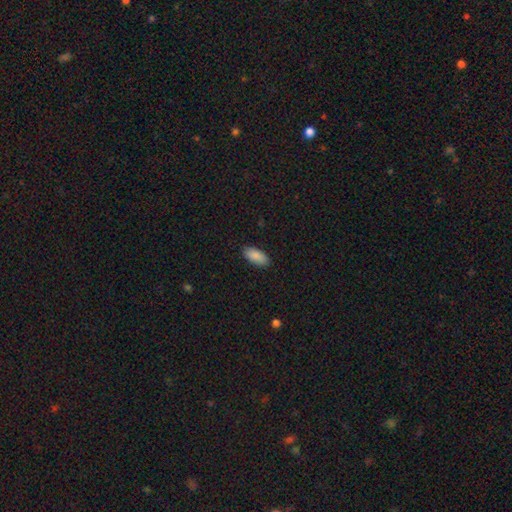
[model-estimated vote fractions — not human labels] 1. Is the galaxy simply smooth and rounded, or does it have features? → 89% smooth, 6% star or artifact, 5% featured or disk.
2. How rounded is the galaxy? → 88% in between, 10% cigar-shaped, 2% round.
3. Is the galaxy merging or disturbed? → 88% none, 9% minor disturbance, 2% major disturbance, 1% merger.